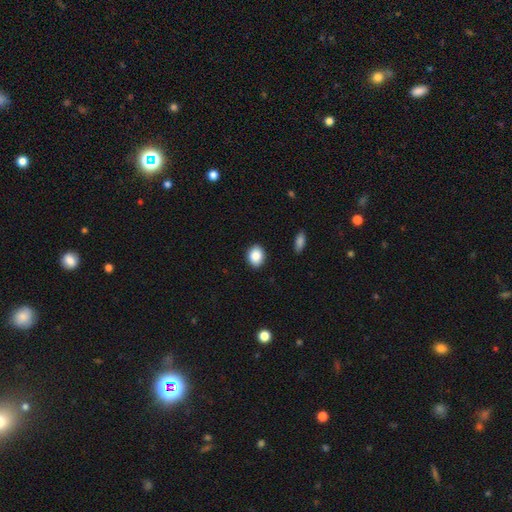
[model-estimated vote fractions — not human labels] A smooth galaxy with no disk features (88%) that is in between round and cigar-shaped (62%). Merging: none (89%).